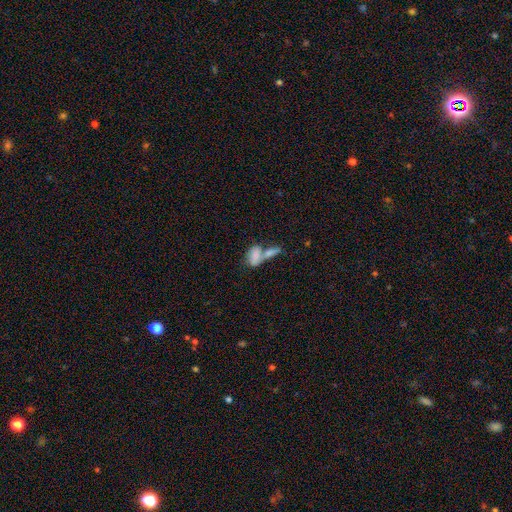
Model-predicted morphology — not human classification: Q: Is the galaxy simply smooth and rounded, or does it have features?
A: smooth — 72%.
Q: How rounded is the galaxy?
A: in between — 87%.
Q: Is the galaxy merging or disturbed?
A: merger — 67%.